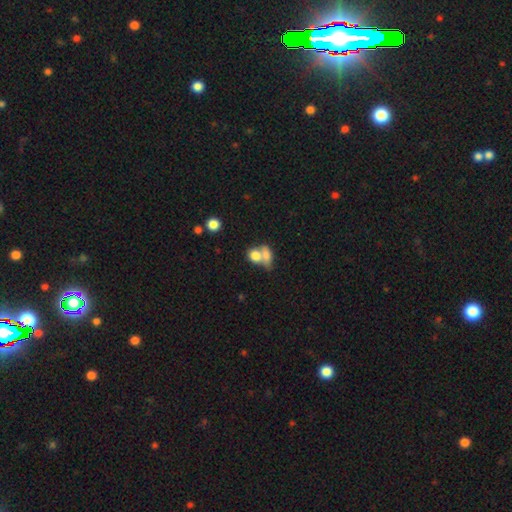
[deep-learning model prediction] Overall: smooth (78%). How rounded: in between (56%; round 40%). Merging: merger (61%; none 26%).